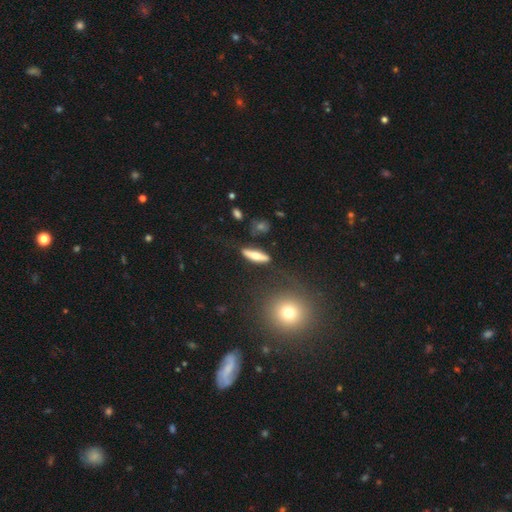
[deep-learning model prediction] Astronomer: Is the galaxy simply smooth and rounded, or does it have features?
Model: smooth — 53% (runner-up: featured or disk, 40%).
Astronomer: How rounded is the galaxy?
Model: cigar-shaped — 70%.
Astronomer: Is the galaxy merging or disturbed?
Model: none — 81%.